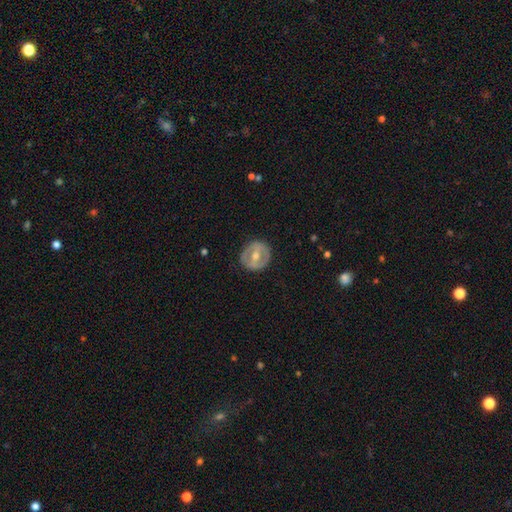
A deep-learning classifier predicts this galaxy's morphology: This is likely a featured or disk galaxy (61%). It is clearly not viewed edge-on (94%). Bar: marginally weak (38%, tied with strong). Spiral arm pattern: likely no (78%). Central bulge: likely moderate (72%). Merging: clearly none (86%).